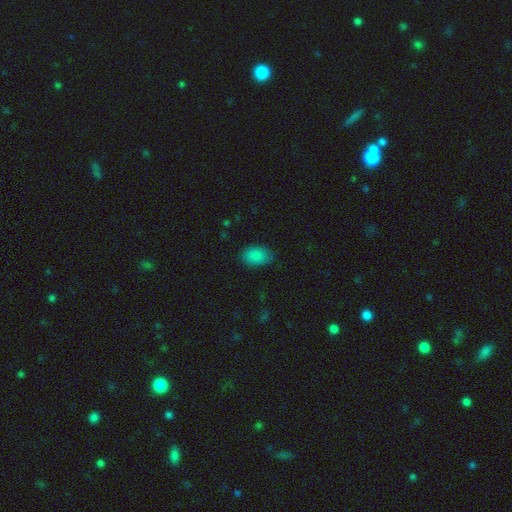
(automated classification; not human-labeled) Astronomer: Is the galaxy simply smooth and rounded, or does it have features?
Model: smooth — 87%.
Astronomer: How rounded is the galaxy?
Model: in between — 88%.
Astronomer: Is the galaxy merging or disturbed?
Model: none — 79%.